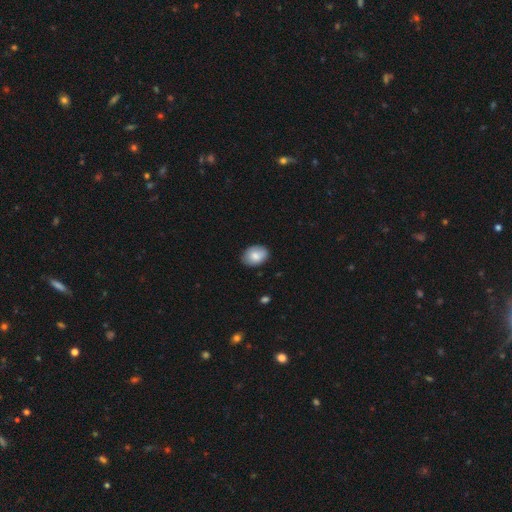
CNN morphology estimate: This is clearly a smooth galaxy (83%). How rounded: likely in between (78%). Merging: clearly none (82%).